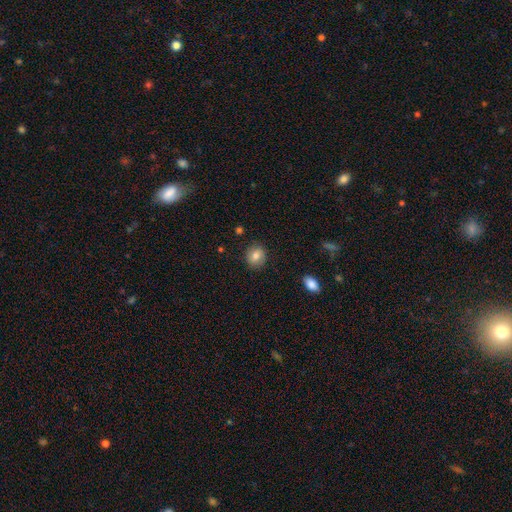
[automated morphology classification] type=smooth (82%); roundness=round (75%); merging=none (88%).